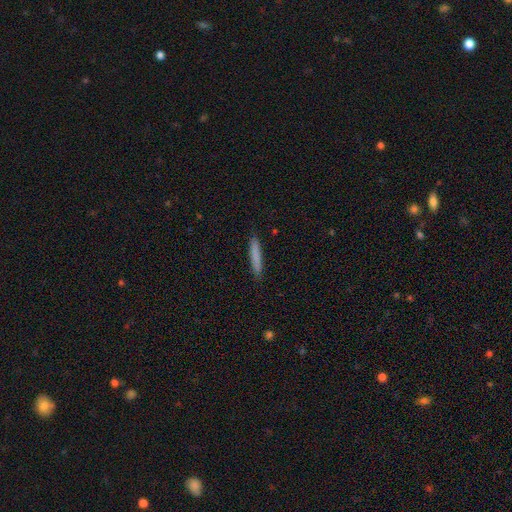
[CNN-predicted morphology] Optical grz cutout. It shows a smooth galaxy with no disk features (81%) that is cigar-shaped (94%). Merging: none (88%).